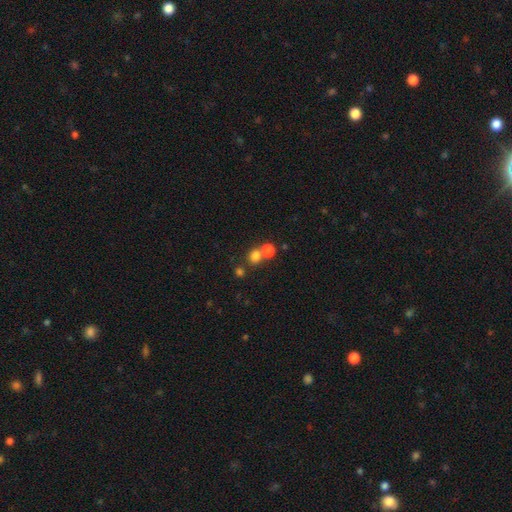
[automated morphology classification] Smooth or featured? Predicted: smooth (p=0.77). How rounded? Predicted: round (p=0.80). Merging? Predicted: none (p=0.54).